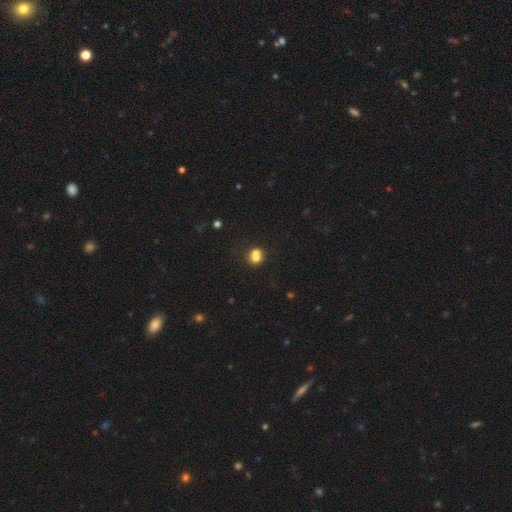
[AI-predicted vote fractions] smooth-or-featured: smooth: 72% | featured or disk: 15% | star or artifact: 13%
  how-rounded: round: 64% | in between: 35% | cigar-shaped: 1%
  merging: merger: 51% | none: 34% | minor disturbance: 10% | major disturbance: 5%